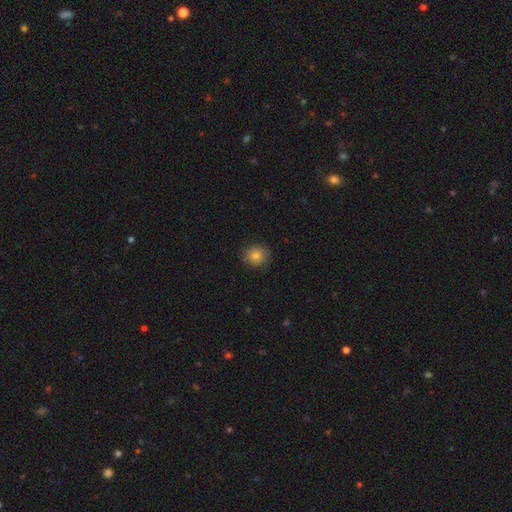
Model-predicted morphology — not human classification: The model was most divided on "how rounded": round: 85%, in between: 14%, cigar-shaped: 1%. More confident: merging — none (86%); smooth or featured — smooth (81%).